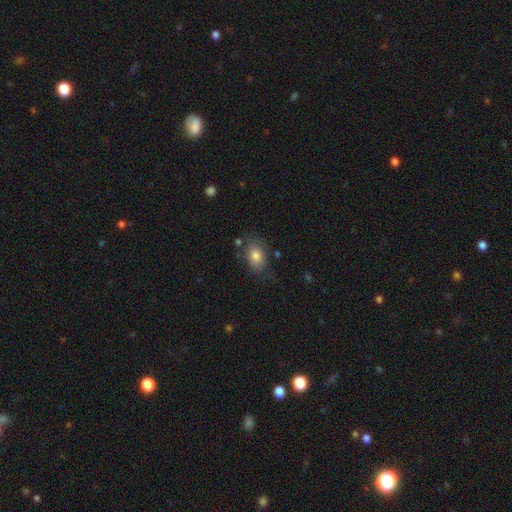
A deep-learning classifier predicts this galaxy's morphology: Smooth or featured?
  - smooth: 80% *
  - featured or disk: 12%
  - star or artifact: 8%
How rounded?
  - in between: 81% *
  - round: 18%
  - cigar-shaped: 1%
Merging?
  - none: 71% *
  - minor disturbance: 19%
  - major disturbance: 6%
  - merger: 4%